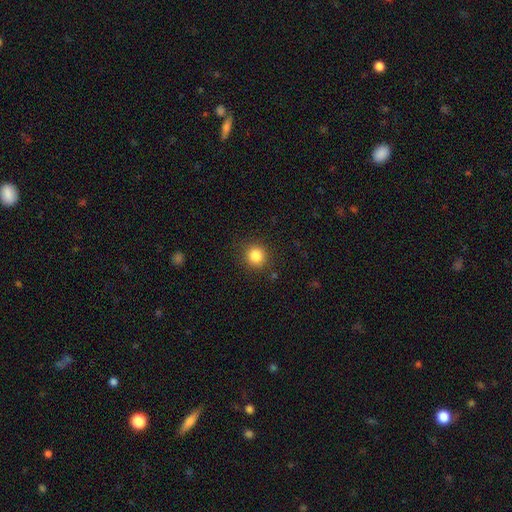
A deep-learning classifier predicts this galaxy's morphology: The model was most divided on "smooth or featured": smooth: 84%, star or artifact: 11%, featured or disk: 5%. More confident: how rounded — round (91%); merging — none (89%).